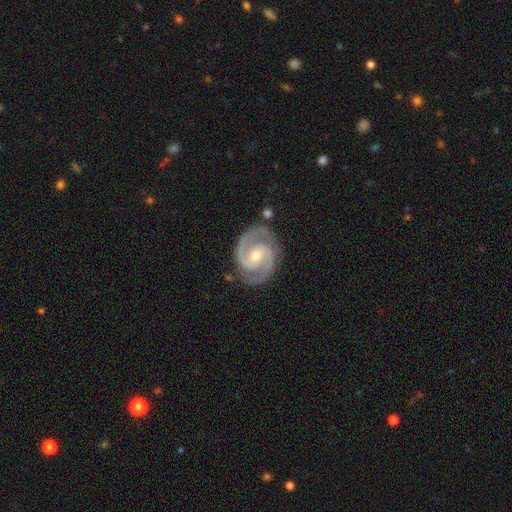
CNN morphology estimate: Smooth or featured? featured or disk (93%)
Edge-on disk? no (98%)
Bar? no (43%)
Spiral arms? yes (99%)
Spiral winding? medium (51%)
Spiral arm count? 2 (93%)
Bulge size? moderate (55%)
Merging? none (83%)